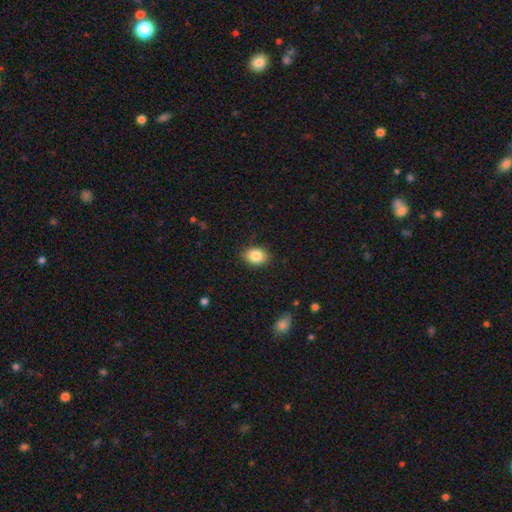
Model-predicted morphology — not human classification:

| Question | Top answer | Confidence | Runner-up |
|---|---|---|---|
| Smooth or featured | smooth | 86% | star or artifact (8%) |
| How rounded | in between | 65% | round (34%) |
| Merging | none | 87% | minor disturbance (10%) |